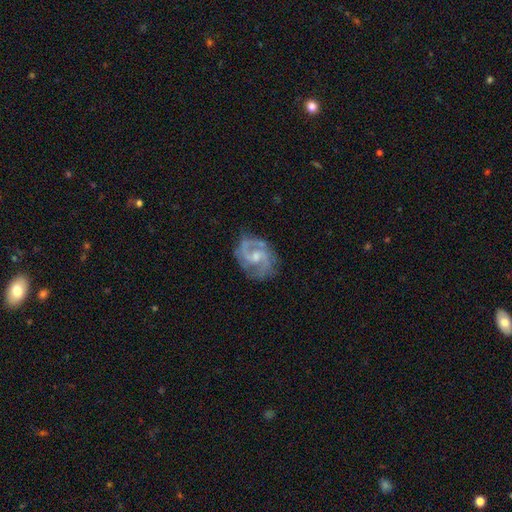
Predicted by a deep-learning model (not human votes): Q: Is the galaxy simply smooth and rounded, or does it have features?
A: featured or disk — 86%.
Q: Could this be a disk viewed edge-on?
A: no — 98%.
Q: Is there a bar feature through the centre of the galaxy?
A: weak — 49%.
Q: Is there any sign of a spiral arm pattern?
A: yes — 96%.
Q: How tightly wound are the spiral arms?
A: medium — 55%.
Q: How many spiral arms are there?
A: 2 — 79%.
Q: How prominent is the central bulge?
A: moderate — 47%.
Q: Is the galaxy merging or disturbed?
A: none — 71%.